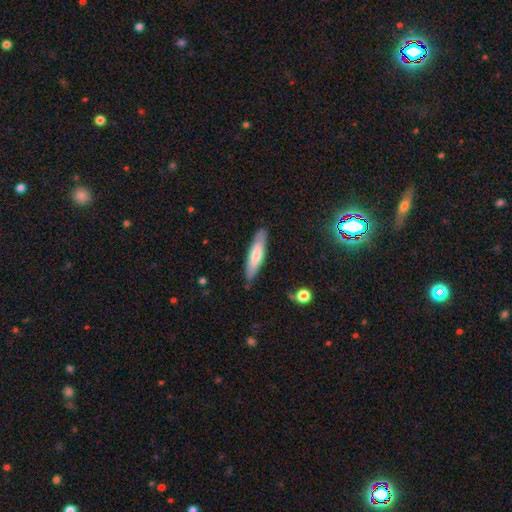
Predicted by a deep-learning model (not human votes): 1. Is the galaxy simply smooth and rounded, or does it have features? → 66% smooth, 29% featured or disk, 5% star or artifact.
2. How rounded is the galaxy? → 73% cigar-shaped, 26% in between, 1% round.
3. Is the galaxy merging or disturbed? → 84% none, 12% minor disturbance, 2% major disturbance, 1% merger.